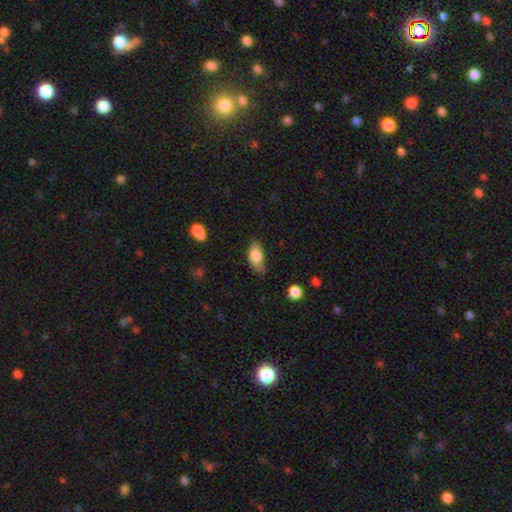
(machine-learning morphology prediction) Smooth or featured?
  - smooth: 78% *
  - featured or disk: 15%
  - star or artifact: 7%
How rounded?
  - in between: 89% *
  - cigar-shaped: 6%
  - round: 5%
Merging?
  - none: 52% *
  - minor disturbance: 36%
  - major disturbance: 9%
  - merger: 3%